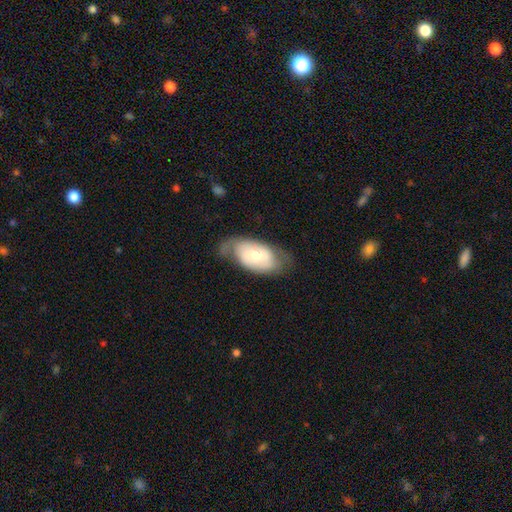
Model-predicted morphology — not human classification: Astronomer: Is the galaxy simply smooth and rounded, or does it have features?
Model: featured or disk — 53% (runner-up: smooth, 41%).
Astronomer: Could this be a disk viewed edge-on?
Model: no — 93%.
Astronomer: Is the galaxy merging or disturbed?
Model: none — 54%.